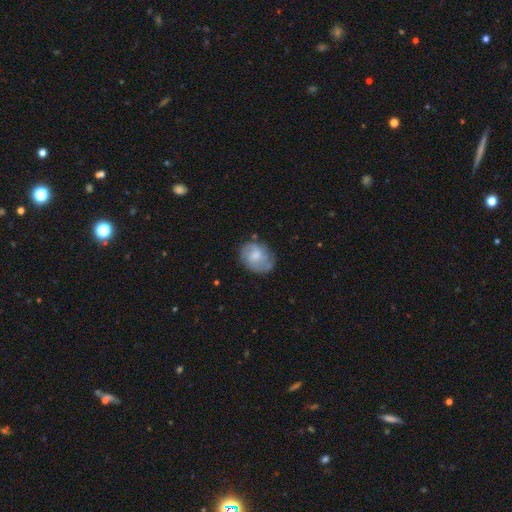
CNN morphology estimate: smooth-or-featured: smooth: 56% | featured or disk: 37% | star or artifact: 7%
  how-rounded: in between: 56% | round: 43% | cigar-shaped: 1%
  merging: none: 62% | minor disturbance: 26% | major disturbance: 10% | merger: 3%